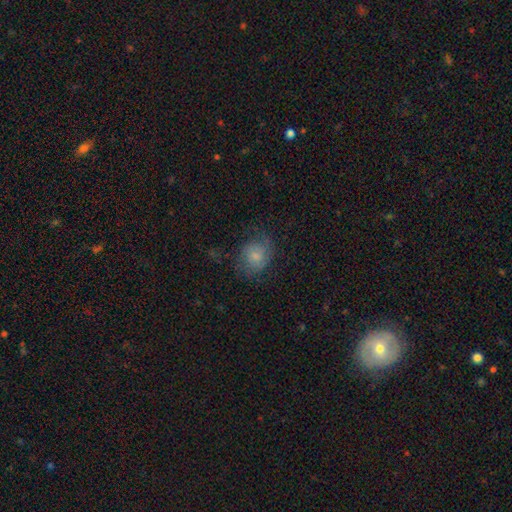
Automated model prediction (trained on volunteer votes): A smooth galaxy with no disk features (65%) that is round (67%).

Vote fractions:
- Smooth or featured? smooth: 65% / featured or disk: 25% / star or artifact: 10%
- How rounded? round: 67% / in between: 32% / cigar-shaped: 1%
- Merging? none: 60% / minor disturbance: 22% / major disturbance: 16% / merger: 1%